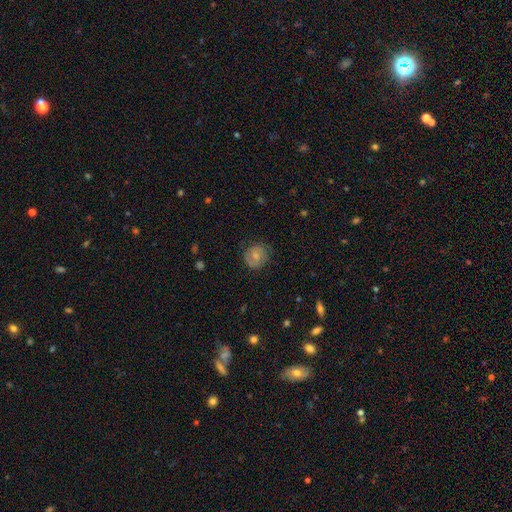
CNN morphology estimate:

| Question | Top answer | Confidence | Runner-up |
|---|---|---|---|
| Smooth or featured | smooth | 60% | featured or disk (31%) |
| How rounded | round | 82% | in between (17%) |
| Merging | none | 72% | minor disturbance (21%) |